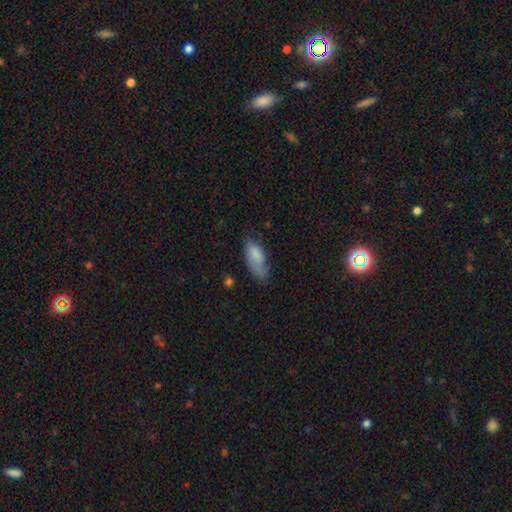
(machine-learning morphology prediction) The model was most divided on "merging": none: 47%, minor disturbance: 36%, major disturbance: 14%, merger: 3%. More confident: how rounded — in between (83%); smooth or featured — smooth (81%).